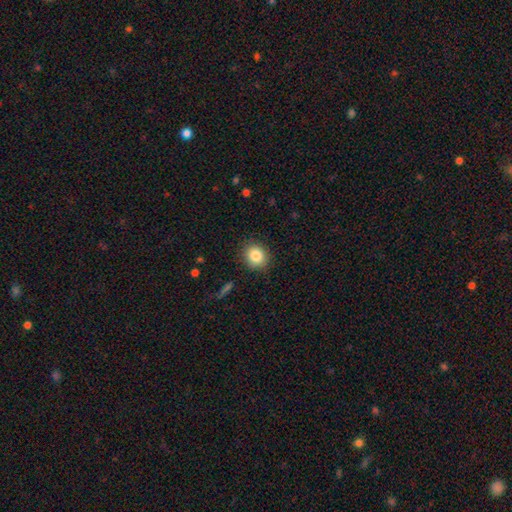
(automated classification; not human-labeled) A smooth galaxy with no disk features (84%) that is round (75%). Merging: none (88%).